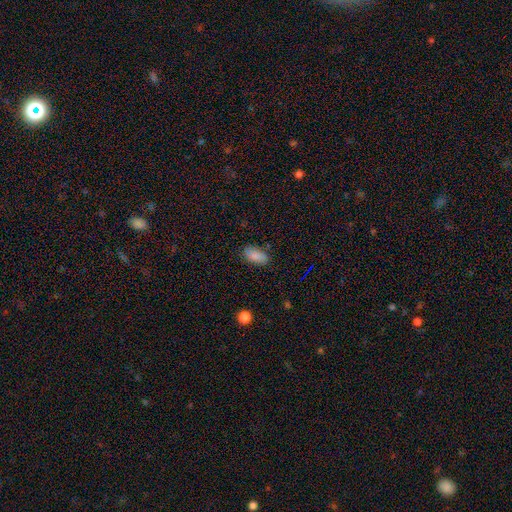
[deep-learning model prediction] Overall: smooth (86%). How rounded: in between (92%). Merging: none (82%).